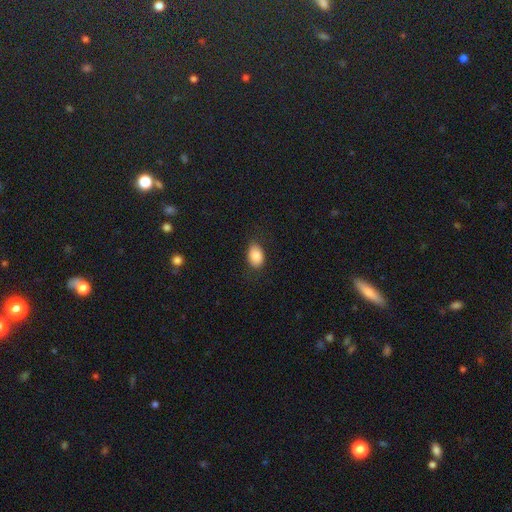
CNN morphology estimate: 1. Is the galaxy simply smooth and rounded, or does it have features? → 86% smooth, 8% star or artifact, 6% featured or disk.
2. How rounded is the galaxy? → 84% in between, 15% round, 1% cigar-shaped.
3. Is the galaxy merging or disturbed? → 80% none, 15% minor disturbance, 4% major disturbance, 1% merger.